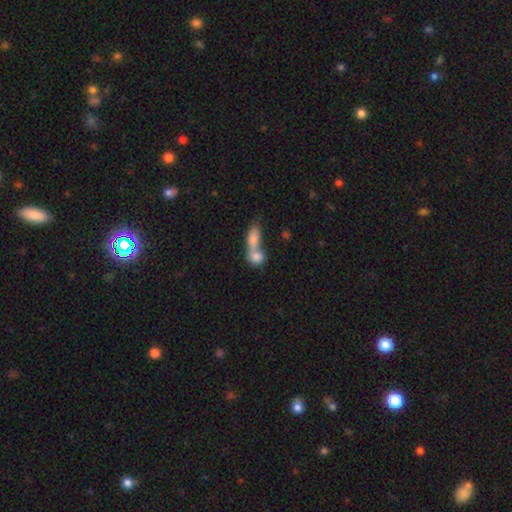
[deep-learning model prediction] This appears to be a smooth galaxy with no disk features (80%) that is in between round and cigar-shaped (55%). Merging: merger (73%).